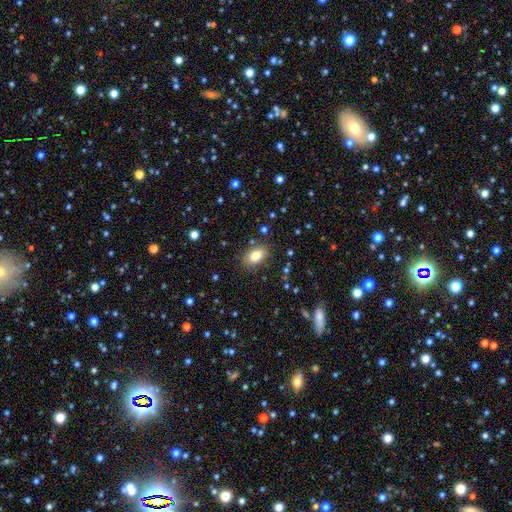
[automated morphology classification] Smooth or featured? Predicted: smooth (p=0.81). How rounded? Predicted: in between (p=0.87). Merging? Predicted: none (p=0.86).